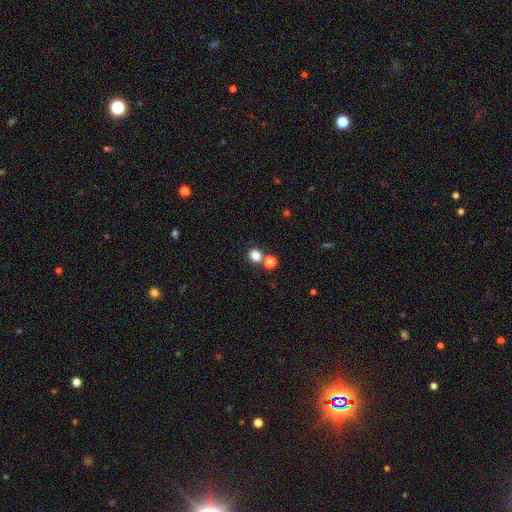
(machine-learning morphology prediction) smooth 81%, star or artifact 14%, featured or disk 5%. Down the decision tree: how rounded — round (82%); merging — none (71%).